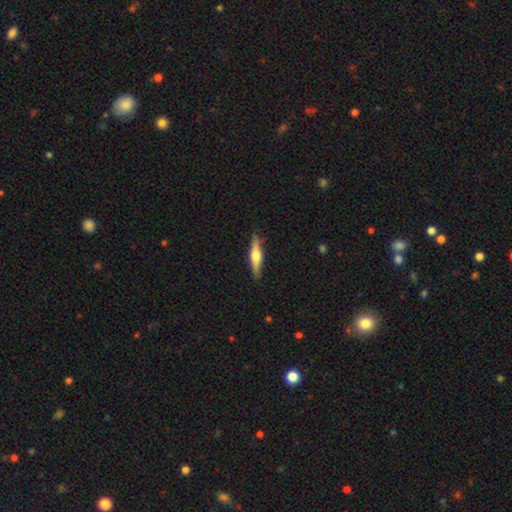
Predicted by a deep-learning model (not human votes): Smooth or featured: featured or disk — 62% (smooth — 32%)
Edge-on disk: yes — 97% (no — 3%)
Edge-on bulge: rounded — 92% (boxy — 6%)
Merging: none — 88% (minor disturbance — 9%)